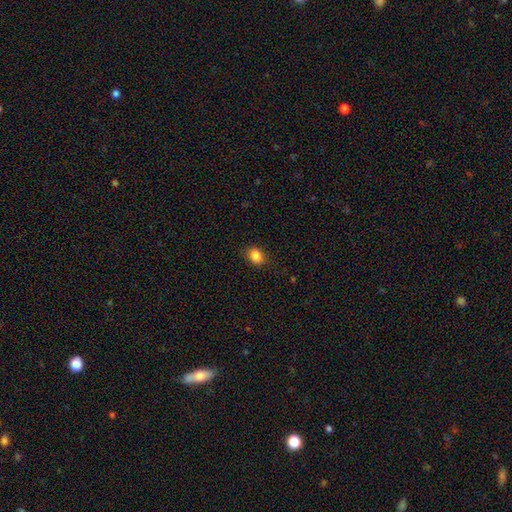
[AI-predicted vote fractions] smooth 86%, star or artifact 10%, featured or disk 4%. Down the decision tree: how rounded — in between (56%); merging — none (87%).